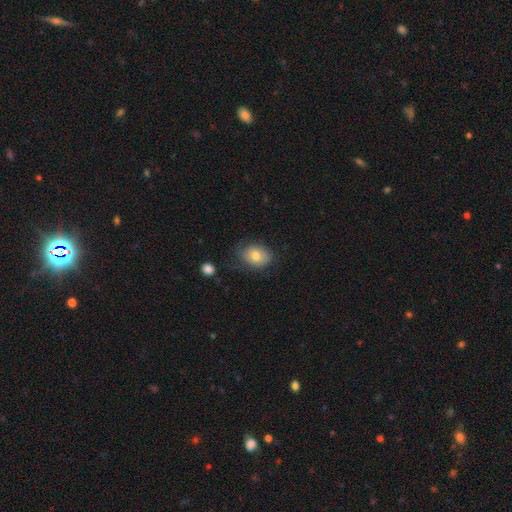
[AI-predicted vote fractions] Overall: smooth (73%). How rounded: in between (63%; round 36%). Merging: none (59%; minor disturbance 28%).